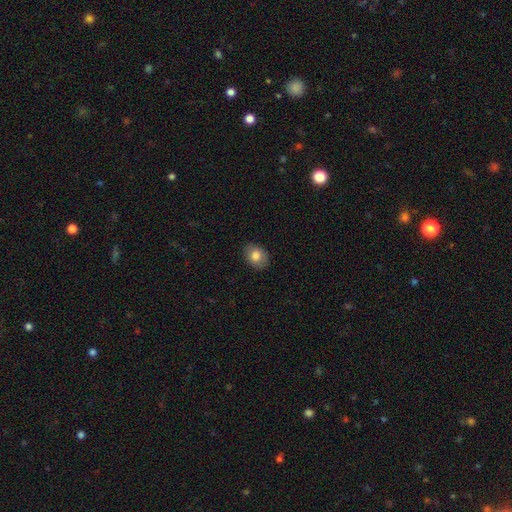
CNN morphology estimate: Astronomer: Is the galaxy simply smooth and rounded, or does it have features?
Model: smooth — 81%.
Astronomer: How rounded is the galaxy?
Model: in between — 62%.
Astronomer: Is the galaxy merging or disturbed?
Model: none — 85%.